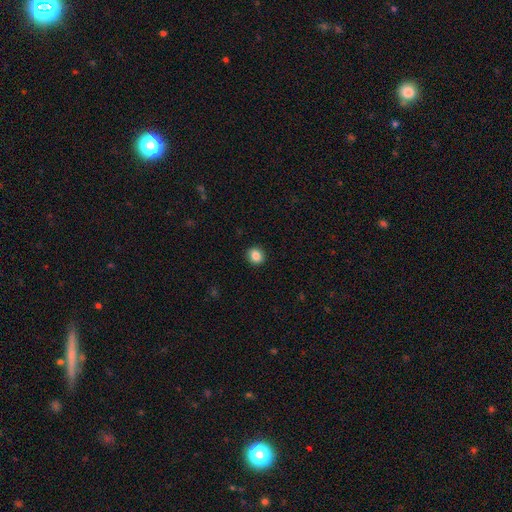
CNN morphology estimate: smooth_or_featured: smooth (p=0.86) [alt: star or artifact p=0.09]
how_rounded: round (p=0.78) [alt: in between p=0.22]
merging: none (p=0.91) [alt: minor disturbance p=0.06]